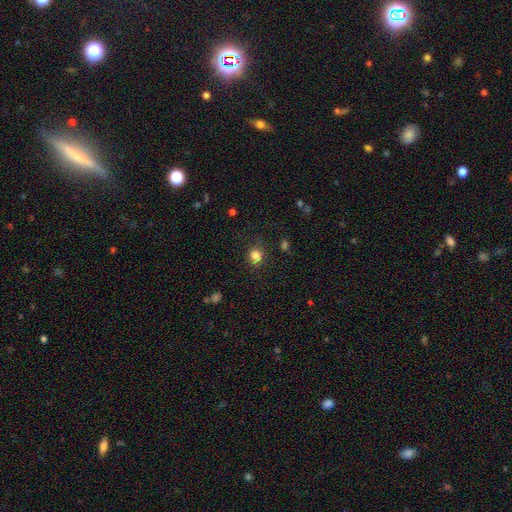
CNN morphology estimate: A smooth galaxy with no disk features (82%) that is round (74%). Merging: none (77%).